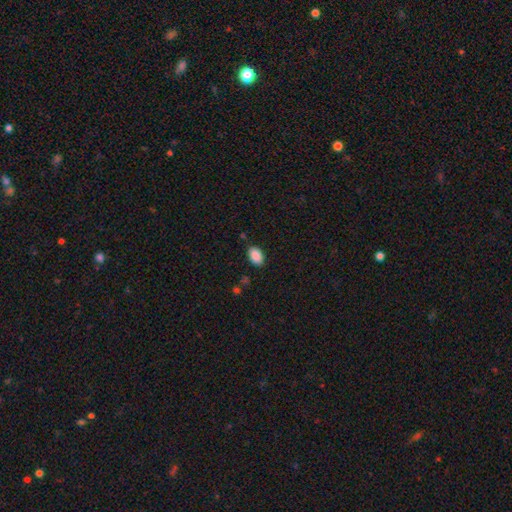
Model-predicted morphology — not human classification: type=smooth (89%); roundness=in between (89%); merging=none (83%).